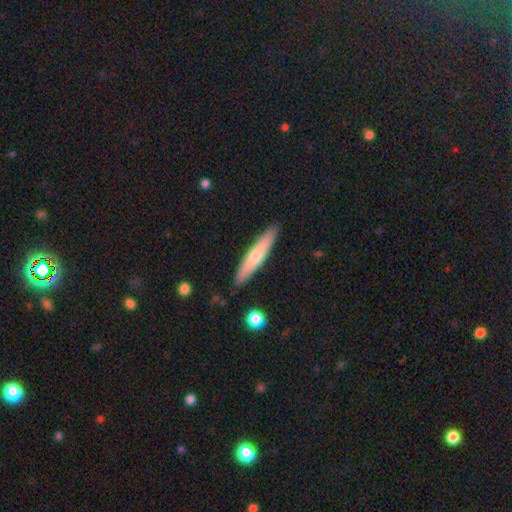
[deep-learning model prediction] This appears to be a smooth galaxy with no disk features (55%) that is cigar-shaped (90%). Merging: none (89%).